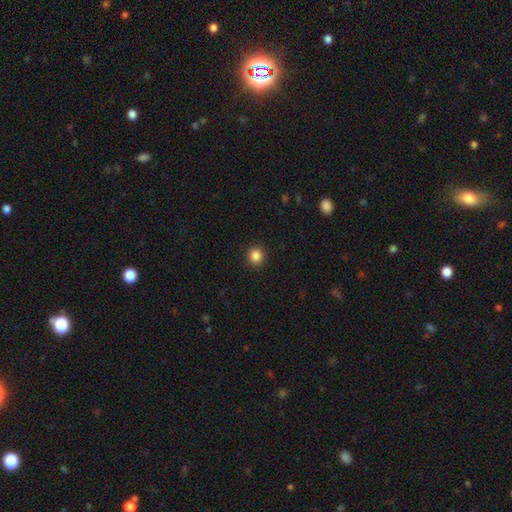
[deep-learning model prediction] Smooth or featured? smooth (85%)
How rounded? round (90%)
Merging? none (92%)